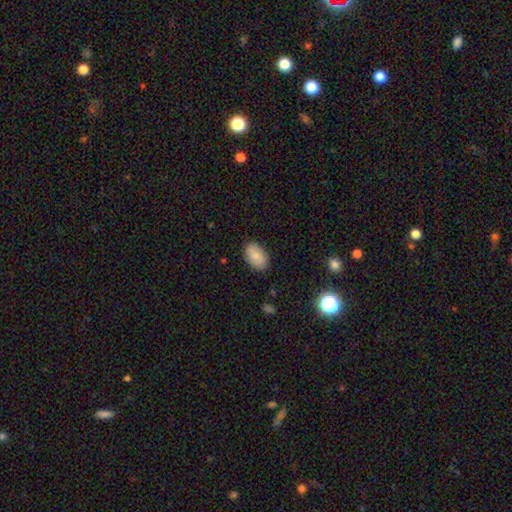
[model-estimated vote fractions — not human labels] Smooth or featured? smooth (86%)
How rounded? in between (92%)
Merging? none (86%)